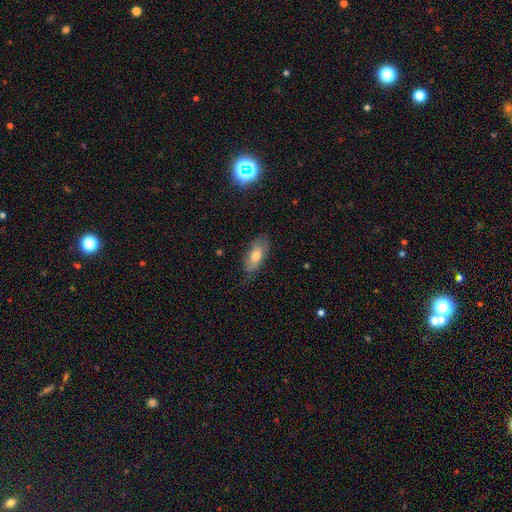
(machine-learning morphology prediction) smooth-or-featured: smooth: 63% | featured or disk: 28% | star or artifact: 9%
  how-rounded: in between: 84% | cigar-shaped: 12% | round: 4%
  merging: none: 73% | minor disturbance: 21% | major disturbance: 5% | merger: 1%